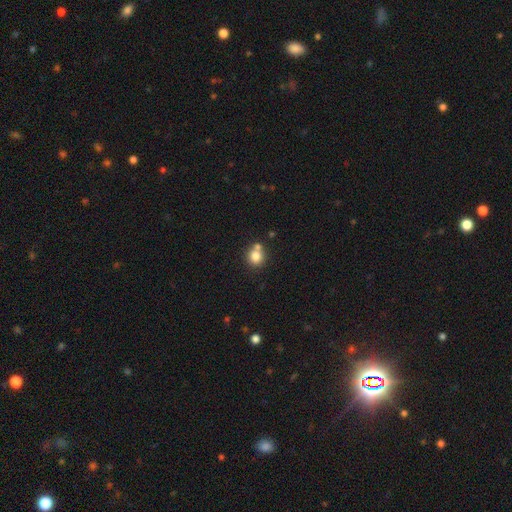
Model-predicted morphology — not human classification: Smooth or featured?
  - smooth: 81% *
  - star or artifact: 11%
  - featured or disk: 9%
How rounded?
  - round: 85% *
  - in between: 14%
  - cigar-shaped: 1%
Merging?
  - none: 57% *
  - merger: 29%
  - minor disturbance: 10%
  - major disturbance: 3%